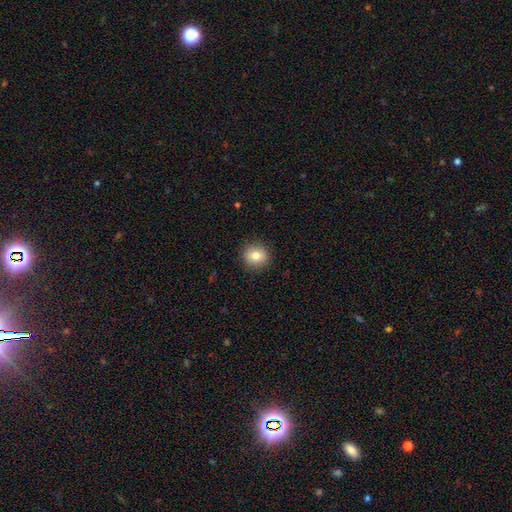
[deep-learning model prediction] Q: Smooth or featured?
A: smooth (81%); runner-up: star or artifact (10%)
Q: How rounded?
A: round (85%); runner-up: in between (14%)
Q: Merging?
A: none (90%); runner-up: minor disturbance (7%)